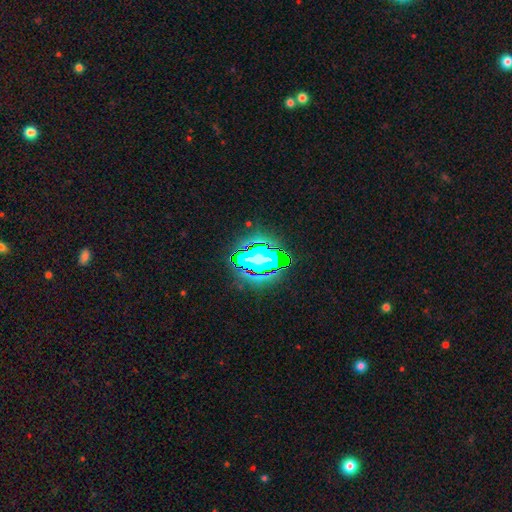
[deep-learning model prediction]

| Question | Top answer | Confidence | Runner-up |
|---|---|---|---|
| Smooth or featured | star or artifact | 50% | featured or disk (29%) |